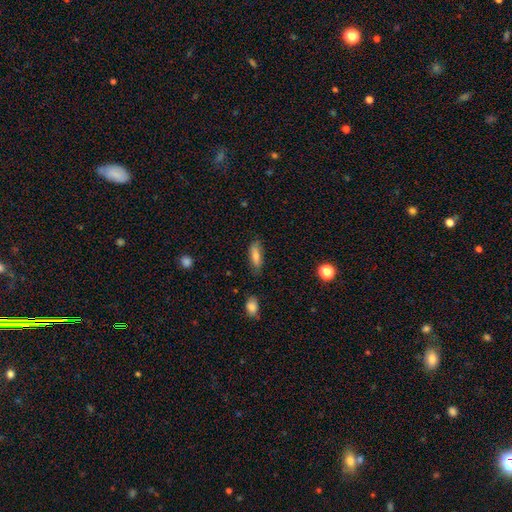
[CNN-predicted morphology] Smooth or featured? smooth (69%)
How rounded? in between (58%)
Merging? none (77%)